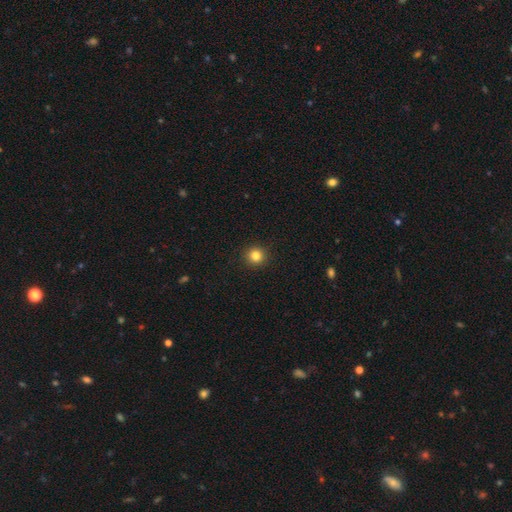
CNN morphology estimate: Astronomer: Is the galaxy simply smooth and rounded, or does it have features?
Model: smooth — 83%.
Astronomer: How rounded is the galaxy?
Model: round — 94%.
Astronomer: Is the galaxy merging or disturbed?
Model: none — 92%.